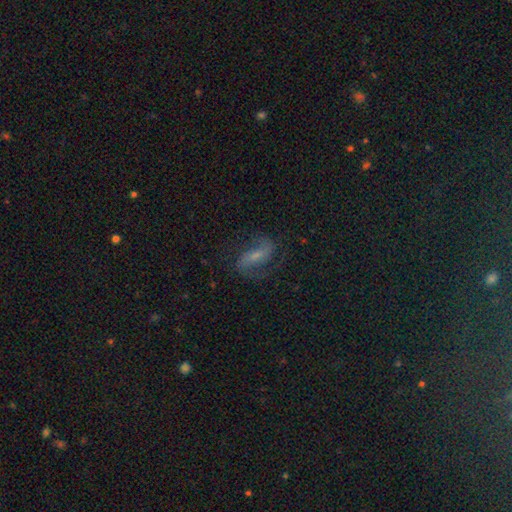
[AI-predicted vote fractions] The model was most divided on "spiral winding" (2-way tie): medium: 43%, loose: 43%, tight: 14%. Remaining: edge-on disk — no (94%); spiral arms — yes (92%); spiral arm count — 2 (89%); merging — none (72%); smooth or featured — featured or disk (72%); bulge size — small (50%); bar — strong (41%).